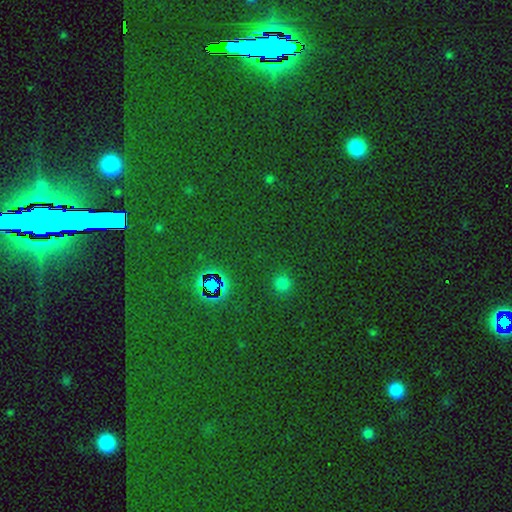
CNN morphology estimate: Smooth or featured? star or artifact (75%)